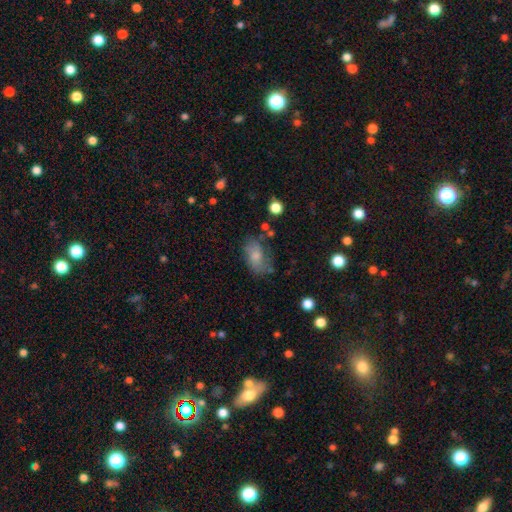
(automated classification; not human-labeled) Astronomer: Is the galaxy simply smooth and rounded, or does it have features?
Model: smooth — 69%.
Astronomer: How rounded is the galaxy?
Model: in between — 89%.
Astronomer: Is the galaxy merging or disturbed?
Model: none — 57%.